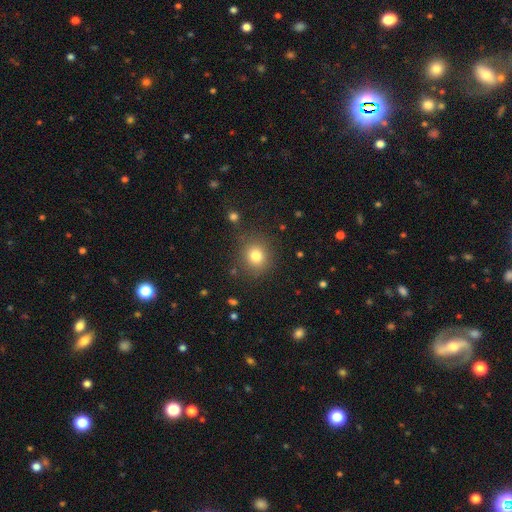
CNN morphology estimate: Smooth or featured: smooth — 79% (star or artifact — 13%)
How rounded: round — 83% (in between — 16%)
Merging: none — 84% (minor disturbance — 10%)